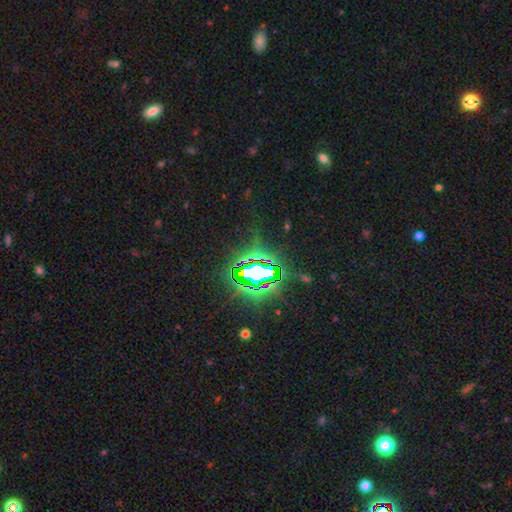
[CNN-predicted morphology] A star or artifact, not a galaxy (84%).

Vote fractions:
- Smooth or featured? star or artifact: 84% / smooth: 9% / featured or disk: 7%